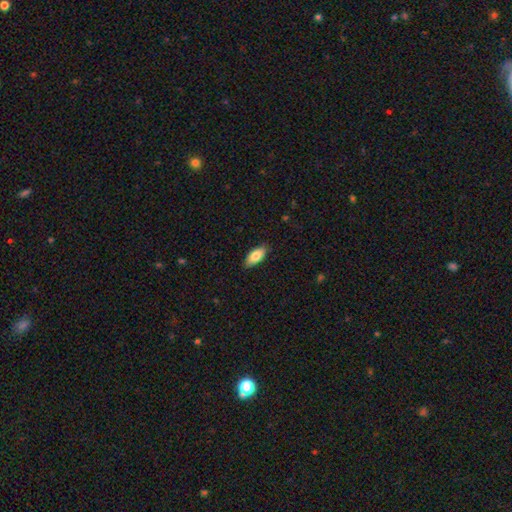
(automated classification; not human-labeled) smooth-or-featured: smooth: 83% | featured or disk: 10% | star or artifact: 6%
  how-rounded: in between: 90% | cigar-shaped: 8% | round: 2%
  merging: none: 85% | minor disturbance: 12% | major disturbance: 2% | merger: 1%